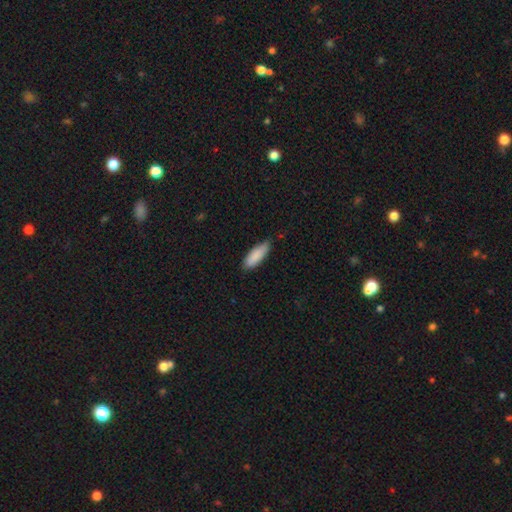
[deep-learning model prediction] Q: Smooth or featured?
A: smooth (88%); runner-up: featured or disk (6%)
Q: How rounded?
A: in between (67%); runner-up: cigar-shaped (32%)
Q: Merging?
A: none (71%); runner-up: minor disturbance (25%)